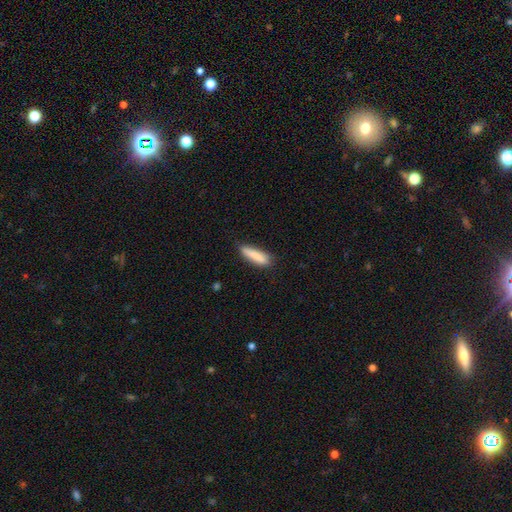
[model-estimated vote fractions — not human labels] Smooth or featured? smooth (85%)
How rounded? cigar-shaped (72%)
Merging? none (77%)